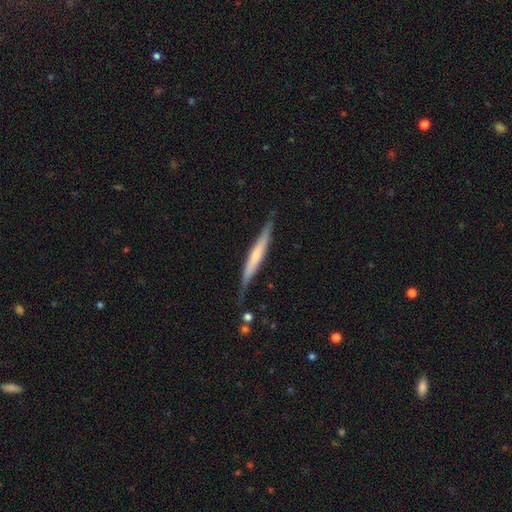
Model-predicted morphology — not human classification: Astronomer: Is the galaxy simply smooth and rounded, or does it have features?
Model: featured or disk — 66%.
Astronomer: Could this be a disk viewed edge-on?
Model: yes — 96%.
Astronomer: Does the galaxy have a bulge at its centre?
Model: rounded — 58%.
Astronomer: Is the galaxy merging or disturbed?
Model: none — 83%.